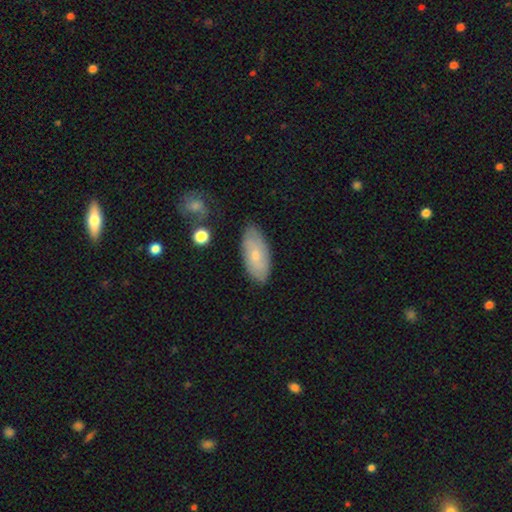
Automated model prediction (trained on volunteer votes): The model was most divided on "smooth or featured": smooth: 59%, featured or disk: 35%, star or artifact: 6%. More confident: how rounded — in between (89%); merging — none (79%).